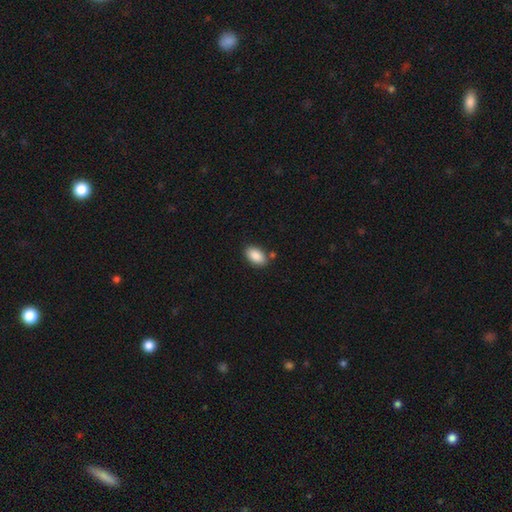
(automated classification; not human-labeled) smooth_or_featured: smooth (p=0.89) [alt: star or artifact p=0.07]
how_rounded: in between (p=0.93) [alt: round p=0.05]
merging: none (p=0.81) [alt: minor disturbance p=0.11]